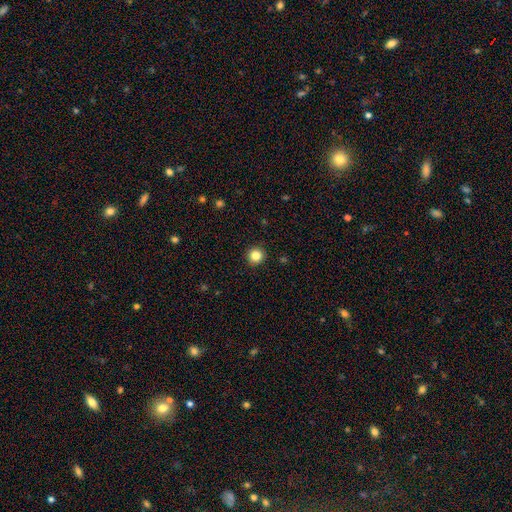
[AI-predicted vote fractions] A smooth galaxy with no disk features (84%) that is round (95%). Merging: none (93%).